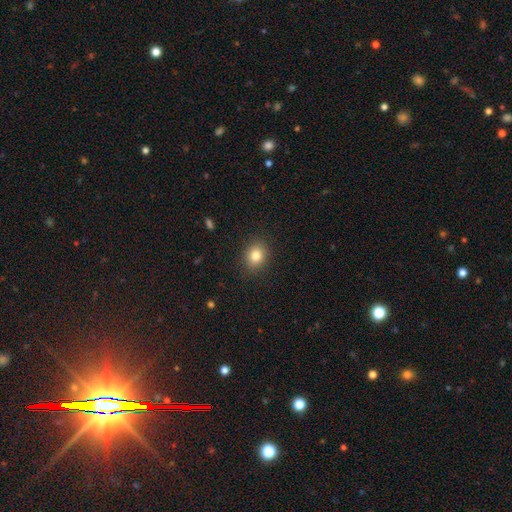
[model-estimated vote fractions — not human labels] This is clearly a smooth galaxy (82%). How rounded: possibly round (56%). Merging: clearly none (89%).